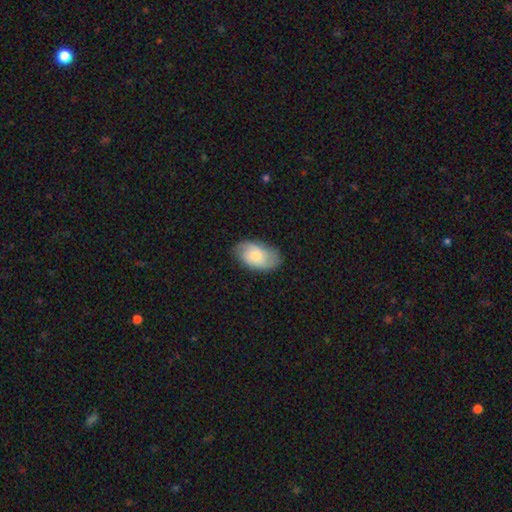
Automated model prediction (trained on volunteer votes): The model was most divided on "smooth or featured": smooth: 54%, featured or disk: 39%, star or artifact: 6%. More confident: how rounded — in between (91%); merging — none (72%).